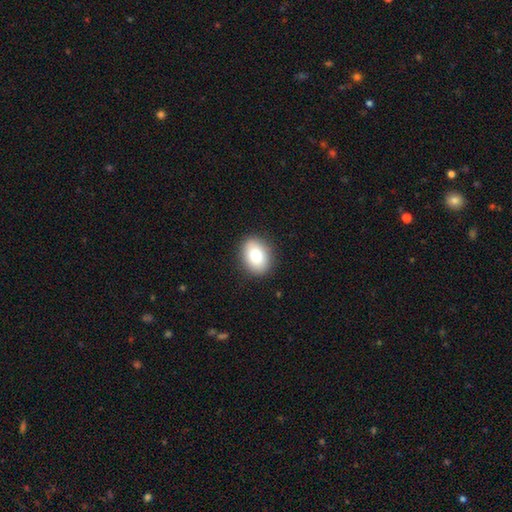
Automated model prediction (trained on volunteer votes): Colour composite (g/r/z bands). It shows a smooth galaxy with no disk features (81%) that is in between round and cigar-shaped (71%). Merging: none (89%).